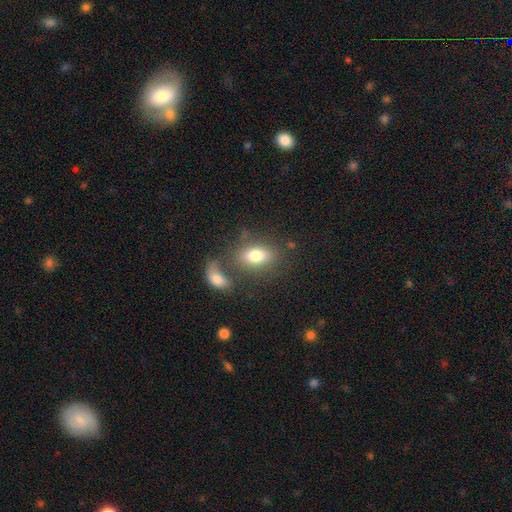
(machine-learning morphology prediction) This is likely a smooth galaxy (76%). How rounded: clearly in between (85%). Merging: possibly none (56%).